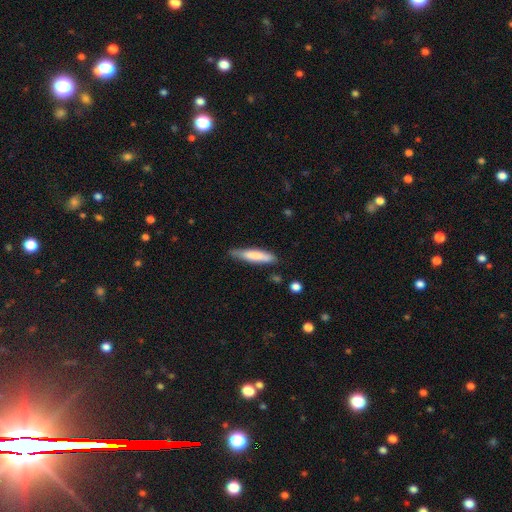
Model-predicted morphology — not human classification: type=smooth (75%); roundness=cigar-shaped (84%); merging=none (72%).